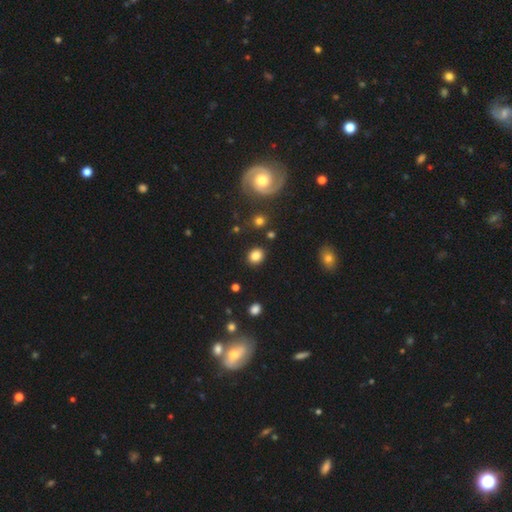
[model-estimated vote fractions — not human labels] The model was most divided on "how rounded": round: 70%, in between: 29%, cigar-shaped: 1%. More confident: merging — none (87%); smooth or featured — smooth (82%).